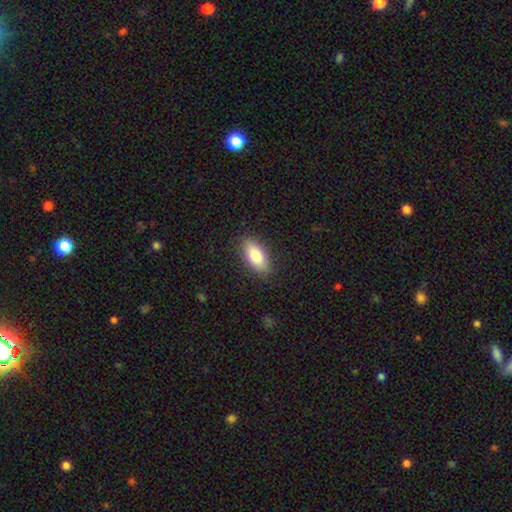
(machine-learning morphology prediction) A smooth galaxy with no disk features (80%) that is in between round and cigar-shaped (88%). Merging: none (87%).